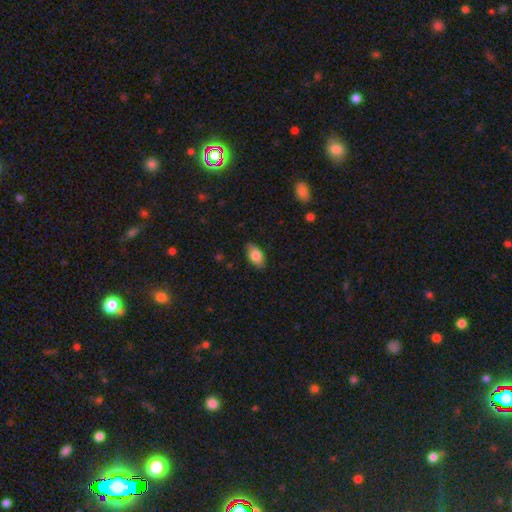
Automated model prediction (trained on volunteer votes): Morphology: type=smooth (79%); roundness=in between (92%); merging=none (82%).